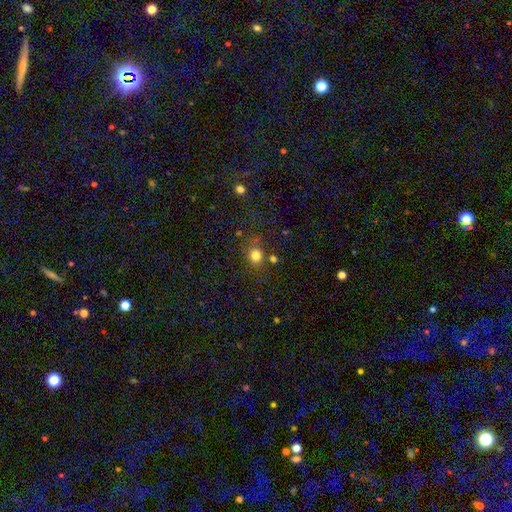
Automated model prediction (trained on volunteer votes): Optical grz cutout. It shows a smooth galaxy with no disk features (80%) that is round (76%). Merging: none (74%).